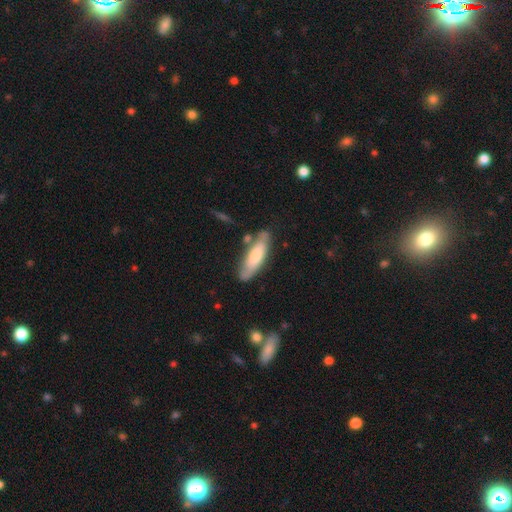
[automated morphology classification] Smooth or featured? Predicted: smooth (p=0.66). How rounded? Predicted: cigar-shaped (p=0.51). Merging? Predicted: none (p=0.70).